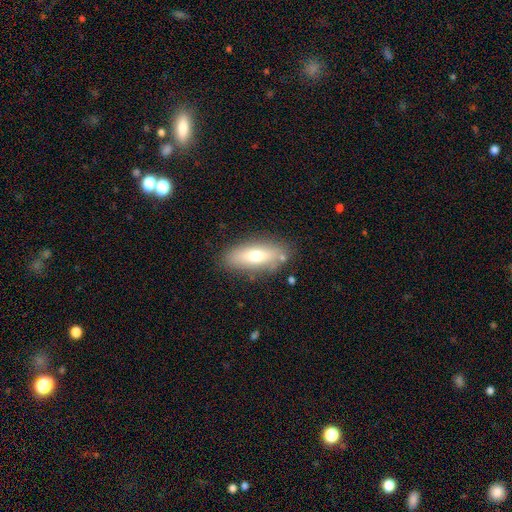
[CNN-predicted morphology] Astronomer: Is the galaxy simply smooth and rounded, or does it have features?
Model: smooth — 65%.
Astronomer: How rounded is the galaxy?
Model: in between — 67%.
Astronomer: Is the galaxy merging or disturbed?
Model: none — 80%.